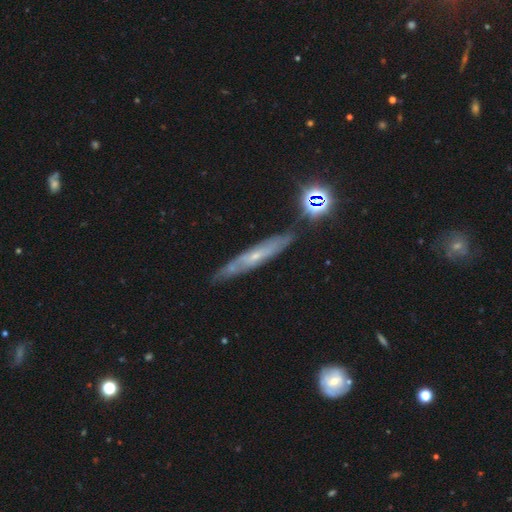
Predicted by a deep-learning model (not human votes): This appears to be a featured or disk galaxy (64%) viewed edge-on (60%). Merging: none (76%).